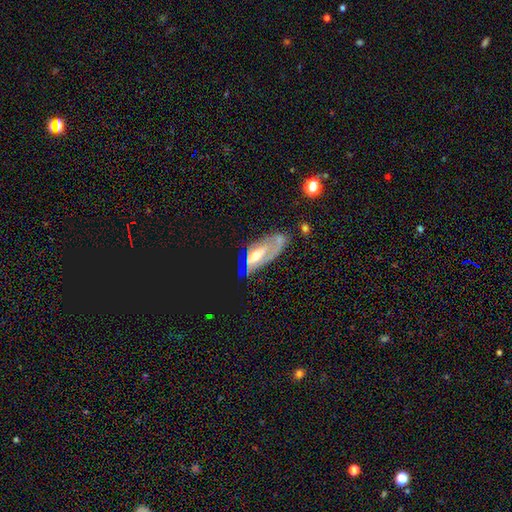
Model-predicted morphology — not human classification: A featured or disk galaxy (73%) with no bar (51%), spiral arms (72%) and a moderate central bulge (65%). Merging: none (49%).